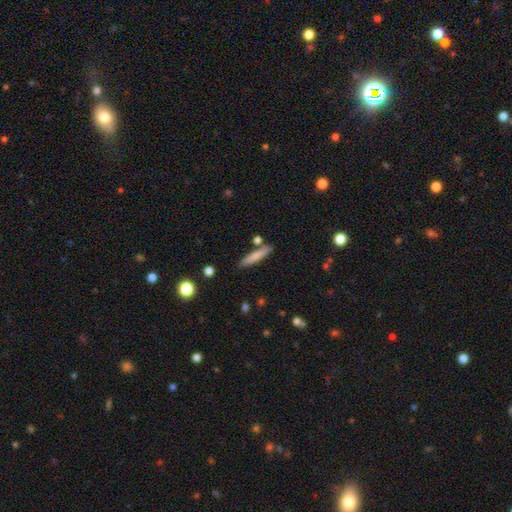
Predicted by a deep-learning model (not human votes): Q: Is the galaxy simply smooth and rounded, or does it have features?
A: smooth — 77%.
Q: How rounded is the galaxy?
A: cigar-shaped — 90%.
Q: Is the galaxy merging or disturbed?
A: none — 83%.